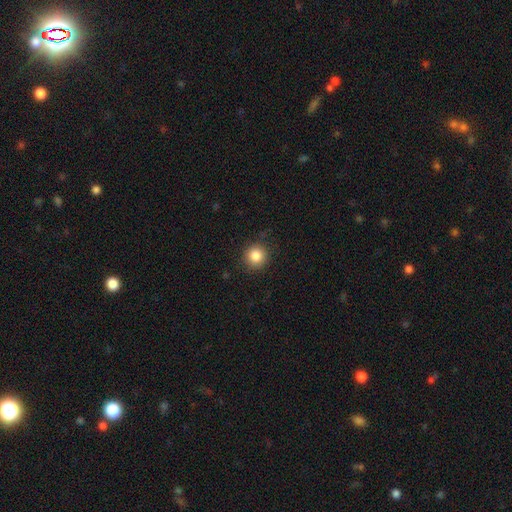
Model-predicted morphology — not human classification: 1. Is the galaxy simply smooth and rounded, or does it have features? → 85% smooth, 10% star or artifact, 5% featured or disk.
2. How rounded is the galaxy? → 93% round, 6% in between, 1% cigar-shaped.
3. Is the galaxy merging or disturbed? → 88% none, 8% minor disturbance, 2% major disturbance, 1% merger.